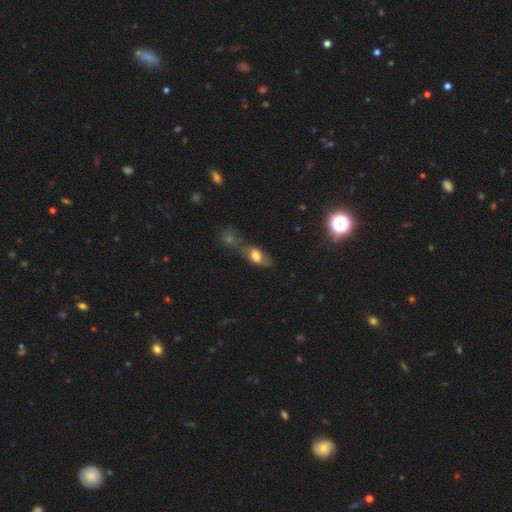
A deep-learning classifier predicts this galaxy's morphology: Smooth or featured? Predicted: smooth (p=0.63). How rounded? Predicted: in between (p=0.79). Merging? Predicted: none (p=0.35, tied with merger).